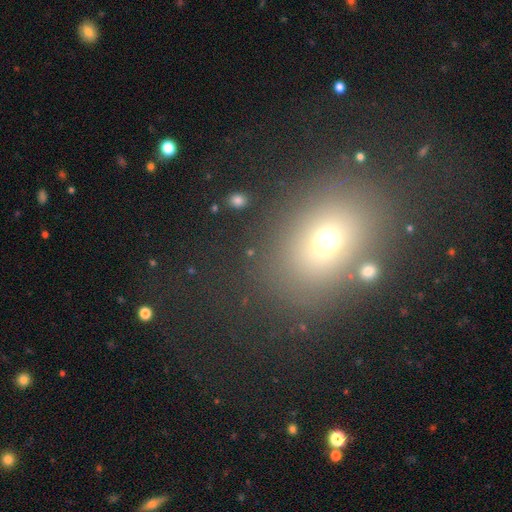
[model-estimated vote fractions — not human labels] Smooth or featured? Predicted: smooth (p=0.63). How rounded? Predicted: in between (p=0.50). Merging? Predicted: none (p=0.77).